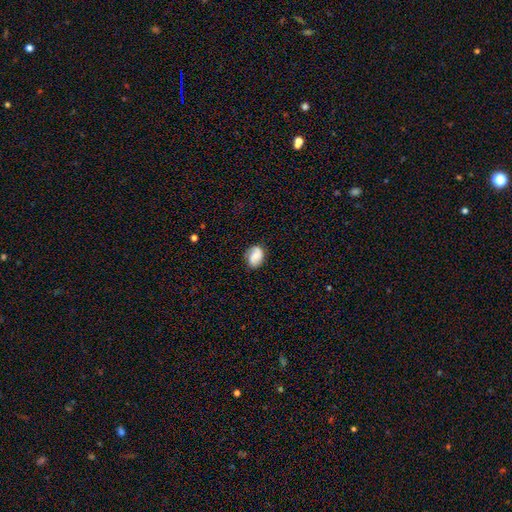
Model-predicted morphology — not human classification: A smooth galaxy with no disk features (57%) that is in between round and cigar-shaped (65%).

Vote fractions:
- Smooth or featured? smooth: 57% / featured or disk: 34% / star or artifact: 9%
- How rounded? in between: 65% / round: 33% / cigar-shaped: 1%
- Merging? none: 73% / minor disturbance: 19% / major disturbance: 6% / merger: 2%